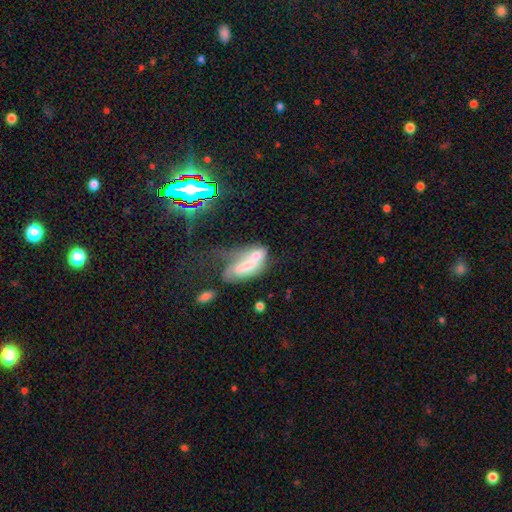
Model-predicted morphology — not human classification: This appears to be a smooth galaxy with no disk features (48%). Merging: merger (53%).